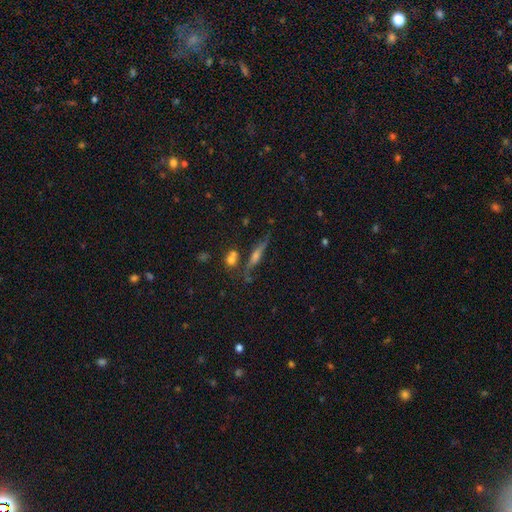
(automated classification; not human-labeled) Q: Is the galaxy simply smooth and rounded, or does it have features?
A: featured or disk — 60%.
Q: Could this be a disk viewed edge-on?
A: yes — 91%.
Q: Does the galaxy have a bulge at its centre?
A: rounded — 74%.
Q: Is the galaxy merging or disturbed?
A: none — 70%.